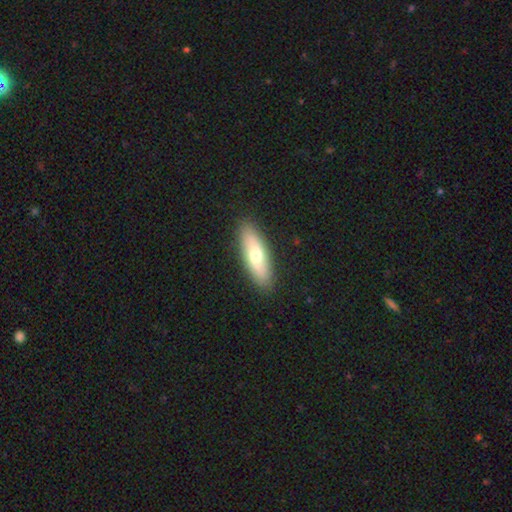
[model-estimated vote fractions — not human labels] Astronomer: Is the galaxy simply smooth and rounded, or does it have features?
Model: smooth — 65%.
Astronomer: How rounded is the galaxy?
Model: in between — 51% (runner-up: cigar-shaped, 46%).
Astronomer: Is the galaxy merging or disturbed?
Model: none — 90%.